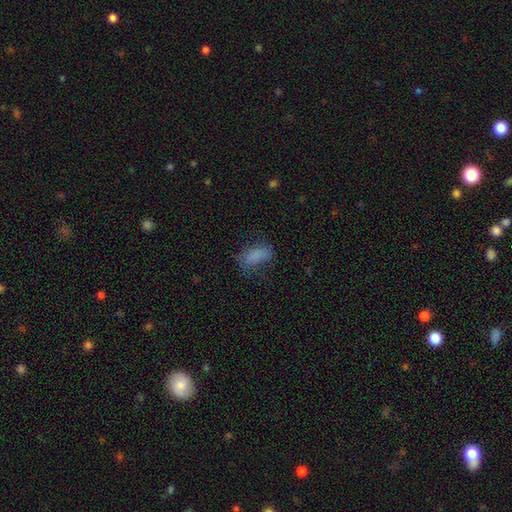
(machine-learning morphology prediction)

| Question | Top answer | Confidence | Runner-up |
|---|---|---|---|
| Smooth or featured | smooth | 76% | star or artifact (12%) |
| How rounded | in between | 85% | cigar-shaped (10%) |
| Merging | none | 52% | minor disturbance (26%) |